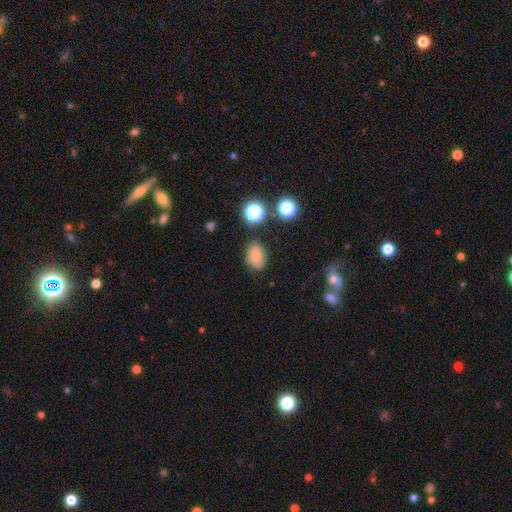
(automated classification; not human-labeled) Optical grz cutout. It shows a smooth galaxy with no disk features (71%) that is in between round and cigar-shaped (72%). Merging: none (73%).